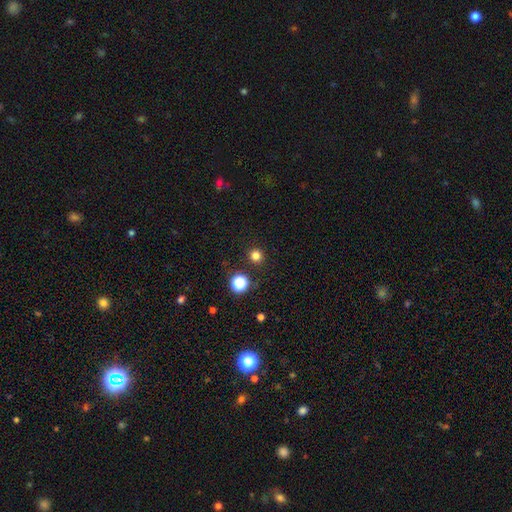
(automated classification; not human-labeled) Overall: smooth (80%). How rounded: round (95%). Merging: none (91%).